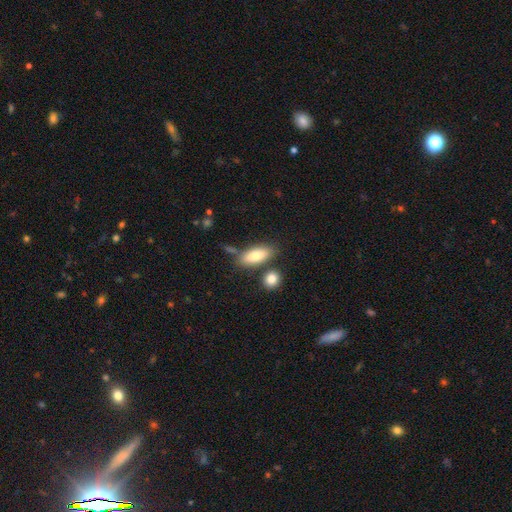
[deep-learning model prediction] Smooth or featured? smooth (78%)
How rounded? in between (81%)
Merging? none (69%)